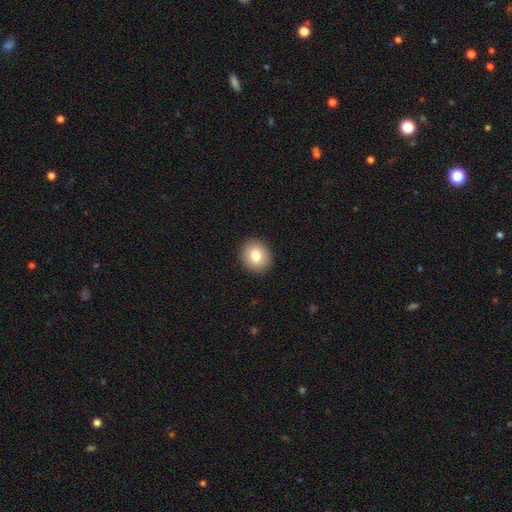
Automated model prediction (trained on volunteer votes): Morphology: type=smooth (80%); roundness=round (74%); merging=none (92%).